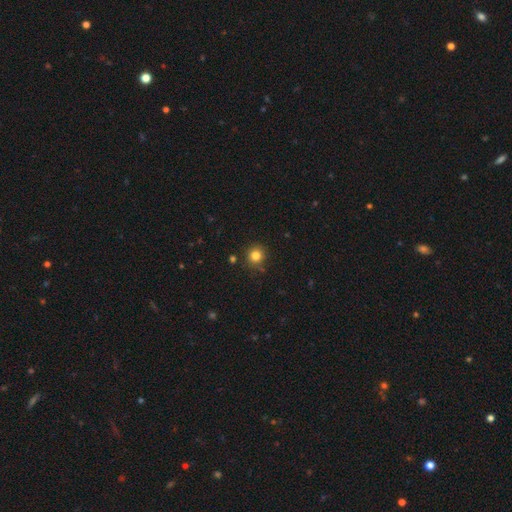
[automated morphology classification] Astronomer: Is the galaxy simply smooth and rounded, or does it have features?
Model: smooth — 81%.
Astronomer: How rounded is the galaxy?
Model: round — 93%.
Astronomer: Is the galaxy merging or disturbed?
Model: none — 86%.